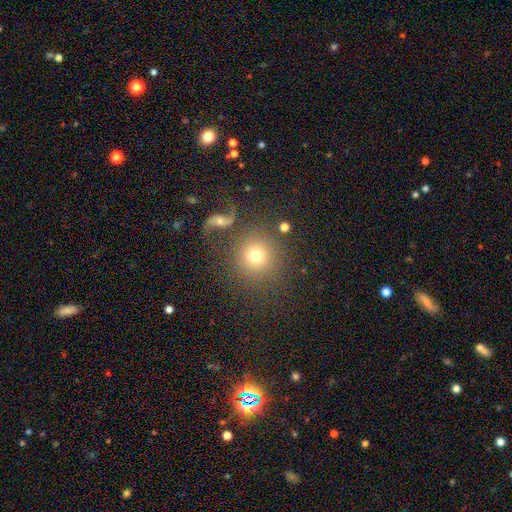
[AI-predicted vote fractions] A smooth galaxy with no disk features (72%) that is round (93%). Merging: none (78%).